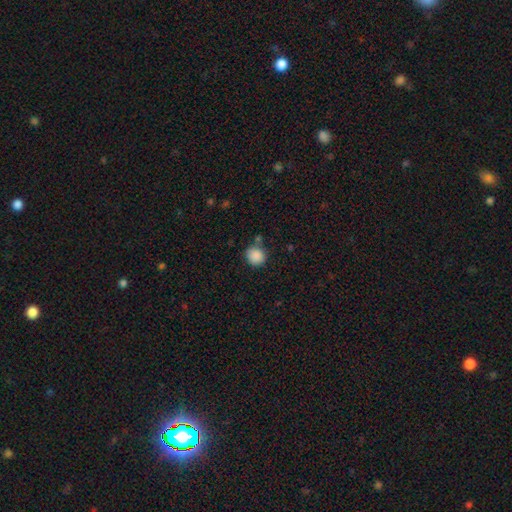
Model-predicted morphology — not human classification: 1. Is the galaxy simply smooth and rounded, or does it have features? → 88% smooth, 9% star or artifact, 3% featured or disk.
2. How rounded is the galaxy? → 85% round, 14% in between, 1% cigar-shaped.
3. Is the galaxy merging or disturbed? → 74% none, 13% minor disturbance, 8% merger, 4% major disturbance.